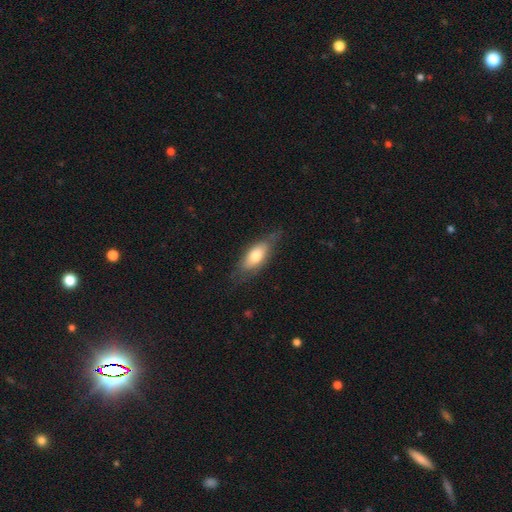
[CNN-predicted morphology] Smooth or featured?
  - smooth: 65% *
  - featured or disk: 29%
  - star or artifact: 6%
How rounded?
  - in between: 76% *
  - cigar-shaped: 21%
  - round: 3%
Merging?
  - none: 67% *
  - minor disturbance: 24%
  - major disturbance: 7%
  - merger: 1%